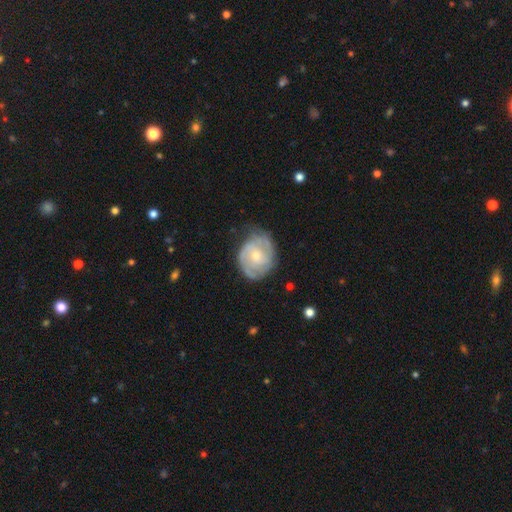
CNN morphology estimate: featured or disk 76%, smooth 19%, star or artifact 5%. Down the decision tree: edge-on disk — no (98%); bar — no (66%); spiral arms — yes (90%); spiral arm count — 2 (41%); spiral winding — tight (55%); bulge size — small (54%); merging — none (61%).